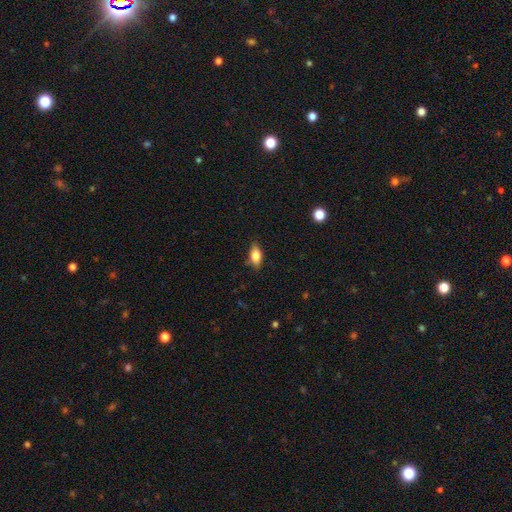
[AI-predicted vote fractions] Smooth or featured? smooth (79%)
How rounded? in between (84%)
Merging? none (79%)